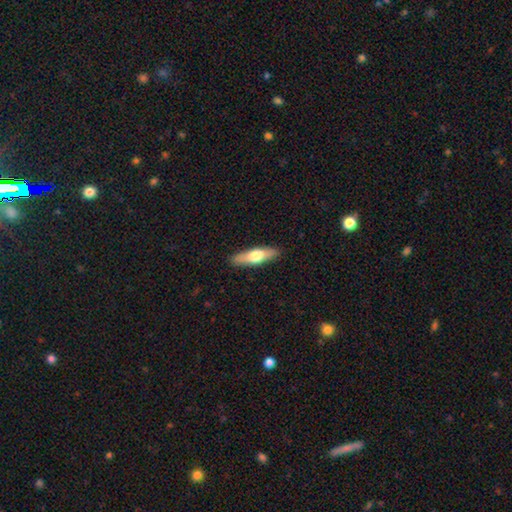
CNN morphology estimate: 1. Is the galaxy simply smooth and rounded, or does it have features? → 58% smooth, 37% featured or disk, 5% star or artifact.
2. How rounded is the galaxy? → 63% cigar-shaped, 35% in between, 2% round.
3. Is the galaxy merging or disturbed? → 90% none, 8% minor disturbance, 2% major disturbance, 1% merger.